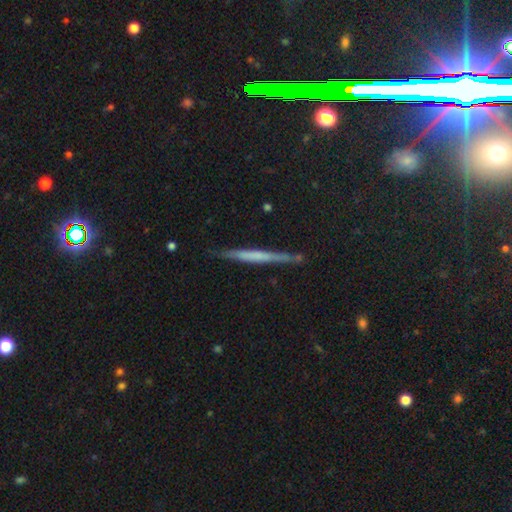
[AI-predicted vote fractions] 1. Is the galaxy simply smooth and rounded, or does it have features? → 53% featured or disk, 39% smooth, 9% star or artifact.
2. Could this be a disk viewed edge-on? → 96% yes, 4% no.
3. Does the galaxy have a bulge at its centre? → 71% none, 16% rounded, 13% boxy.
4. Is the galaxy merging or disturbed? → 85% none, 11% minor disturbance, 2% merger, 2% major disturbance.